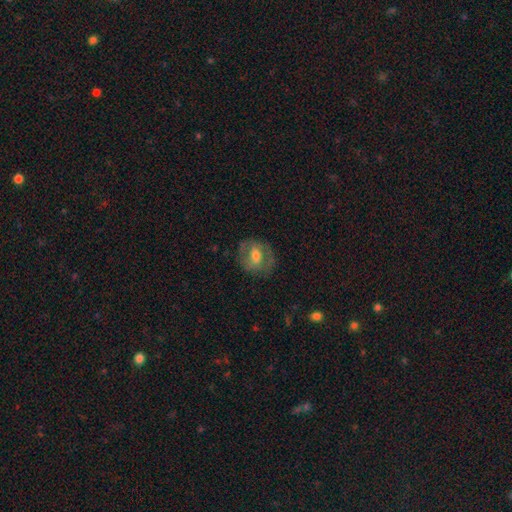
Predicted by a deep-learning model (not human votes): The model was most divided on "smooth or featured": featured or disk: 53%, smooth: 40%, star or artifact: 7%. More confident: edge-on disk — no (94%); merging — none (74%).